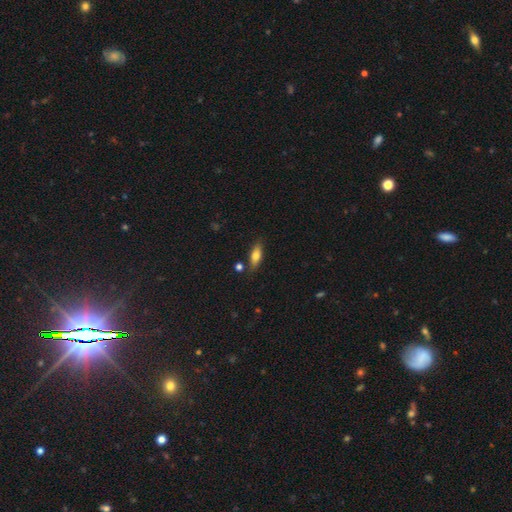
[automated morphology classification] smooth 71%, featured or disk 21%, star or artifact 8%. Down the decision tree: how rounded — in between (70%); merging — none (80%).